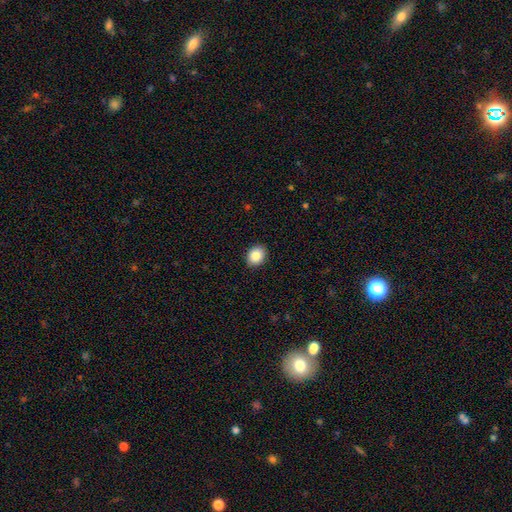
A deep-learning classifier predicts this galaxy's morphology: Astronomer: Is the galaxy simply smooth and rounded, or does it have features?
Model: smooth — 87%.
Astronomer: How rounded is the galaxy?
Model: in between — 51% (runner-up: round, 48%).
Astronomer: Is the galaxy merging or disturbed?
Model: none — 90%.